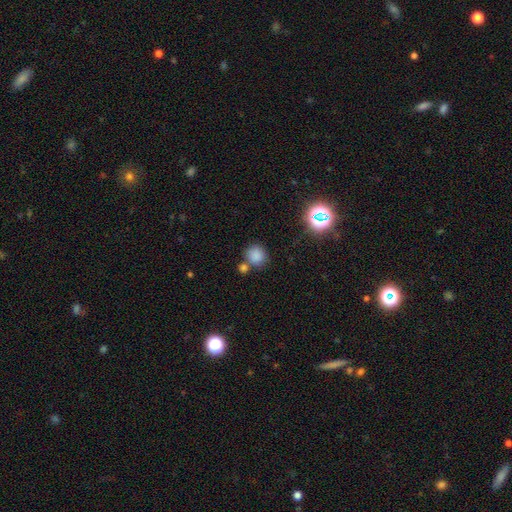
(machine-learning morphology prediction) smooth 82%, star or artifact 12%, featured or disk 5%. Down the decision tree: how rounded — round (87%); merging — none (64%).